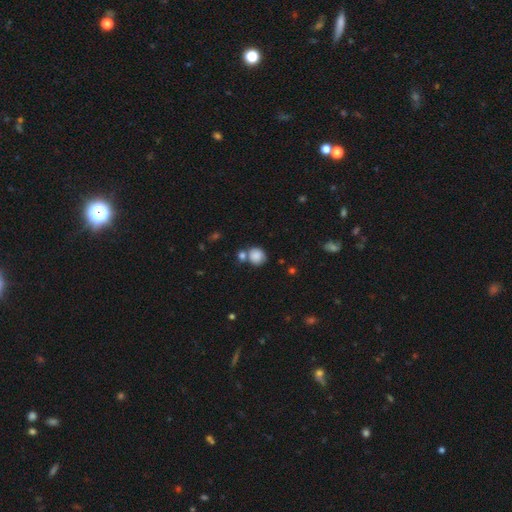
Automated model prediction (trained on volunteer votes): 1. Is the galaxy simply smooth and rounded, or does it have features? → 85% smooth, 9% star or artifact, 6% featured or disk.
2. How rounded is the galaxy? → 83% round, 16% in between, 1% cigar-shaped.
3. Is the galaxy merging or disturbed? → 57% none, 27% merger, 12% minor disturbance, 4% major disturbance.